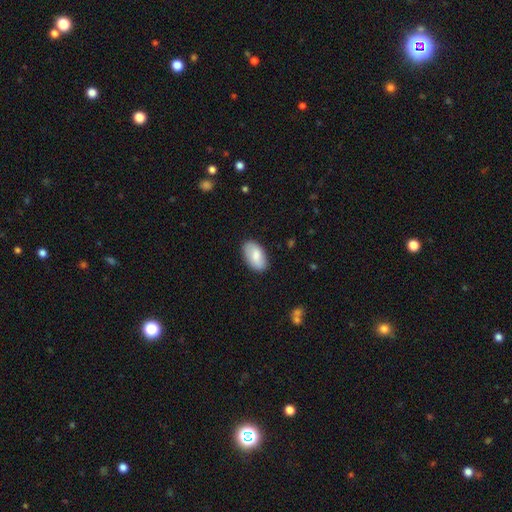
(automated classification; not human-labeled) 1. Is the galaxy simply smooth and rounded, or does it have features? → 78% smooth, 16% featured or disk, 6% star or artifact.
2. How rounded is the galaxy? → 95% in between, 4% round, 2% cigar-shaped.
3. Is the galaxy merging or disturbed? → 85% none, 11% minor disturbance, 2% major disturbance, 1% merger.